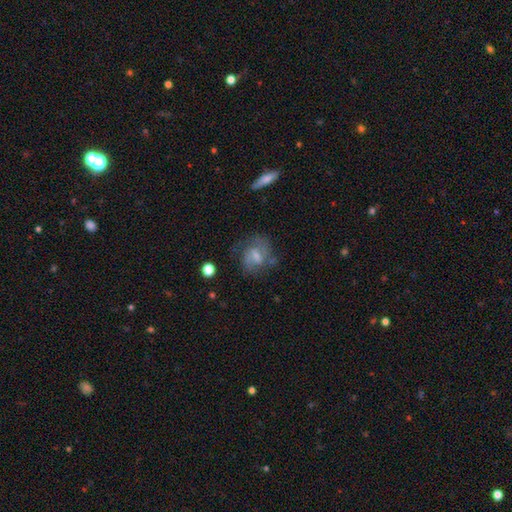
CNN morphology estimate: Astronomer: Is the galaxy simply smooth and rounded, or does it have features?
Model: smooth — 50% (runner-up: featured or disk, 40%).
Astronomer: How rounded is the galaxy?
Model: in between — 52% (runner-up: round, 45%).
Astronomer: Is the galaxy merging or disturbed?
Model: none — 51%.